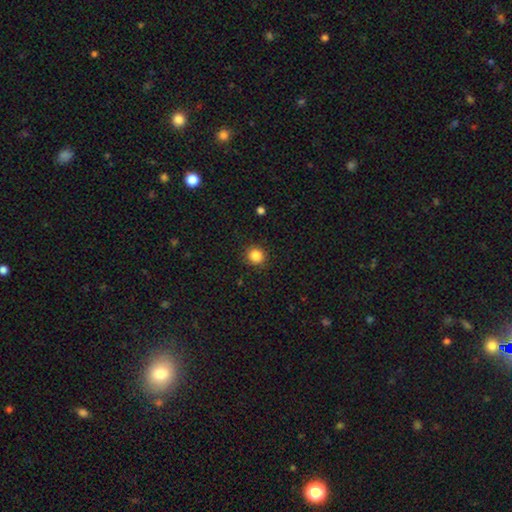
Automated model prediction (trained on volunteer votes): A smooth galaxy with no disk features (85%) that is round (91%).

Vote fractions:
- Smooth or featured? smooth: 85% / star or artifact: 11% / featured or disk: 4%
- How rounded? round: 91% / in between: 8% / cigar-shaped: 1%
- Merging? none: 89% / minor disturbance: 8% / major disturbance: 2% / merger: 1%